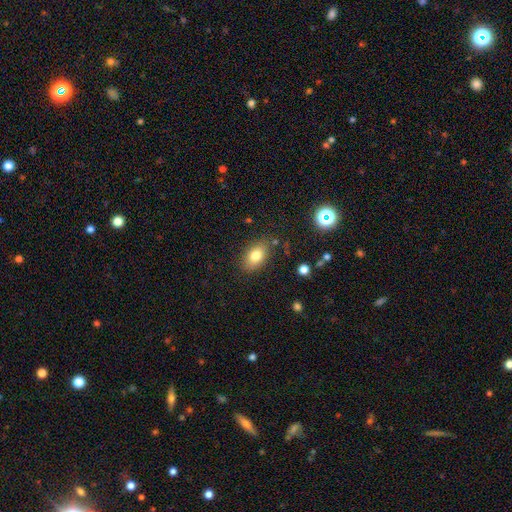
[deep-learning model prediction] smooth_or_featured: smooth (p=0.80) [alt: featured or disk p=0.11]
how_rounded: in between (p=0.87) [alt: round p=0.11]
merging: none (p=0.82) [alt: minor disturbance p=0.13]